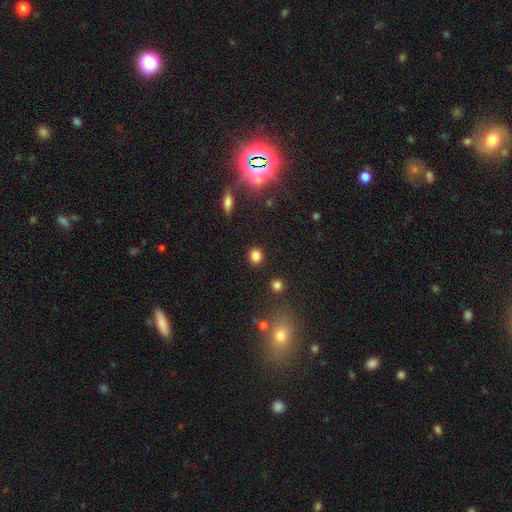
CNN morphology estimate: This is clearly a smooth galaxy (83%). How rounded: likely round (79%). Merging: clearly none (89%).